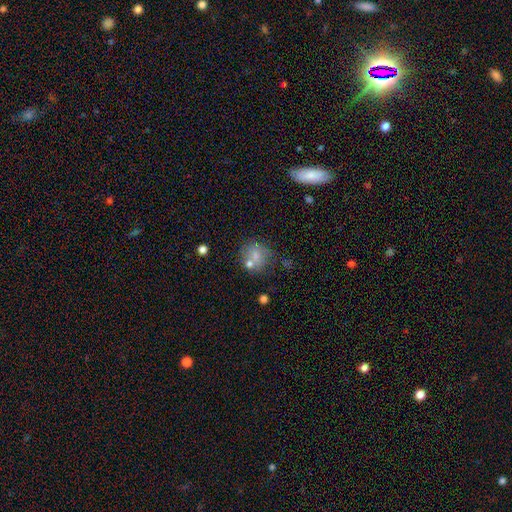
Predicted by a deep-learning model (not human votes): Smooth or featured? smooth (68%)
How rounded? round (77%)
Merging? none (52%)